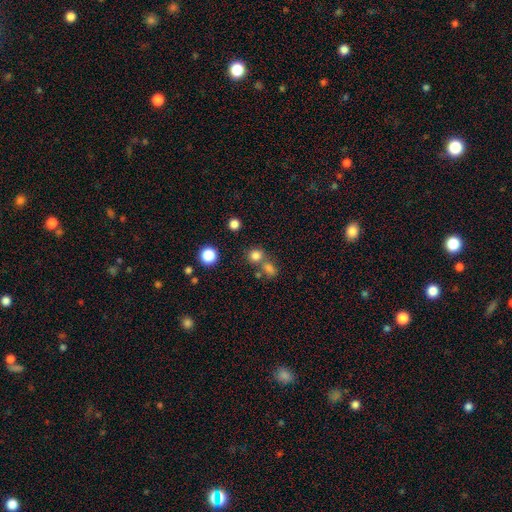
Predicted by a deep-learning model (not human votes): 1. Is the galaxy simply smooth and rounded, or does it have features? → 77% smooth, 16% star or artifact, 7% featured or disk.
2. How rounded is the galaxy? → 83% round, 16% in between, 1% cigar-shaped.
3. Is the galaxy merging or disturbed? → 58% none, 30% merger, 8% minor disturbance, 4% major disturbance.